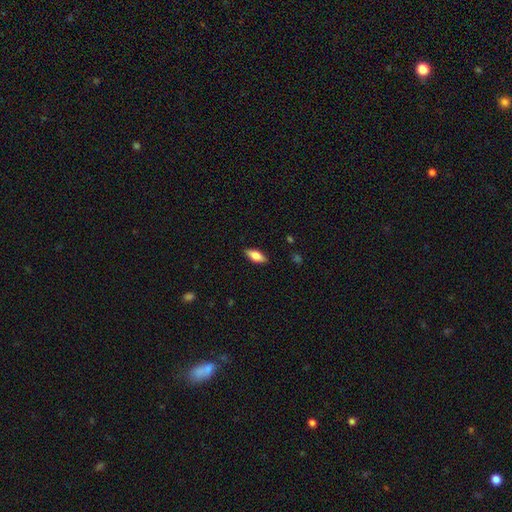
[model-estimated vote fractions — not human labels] Smooth or featured: smooth — 75% (featured or disk — 19%)
How rounded: in between — 79% (cigar-shaped — 19%)
Merging: none — 87% (minor disturbance — 10%)